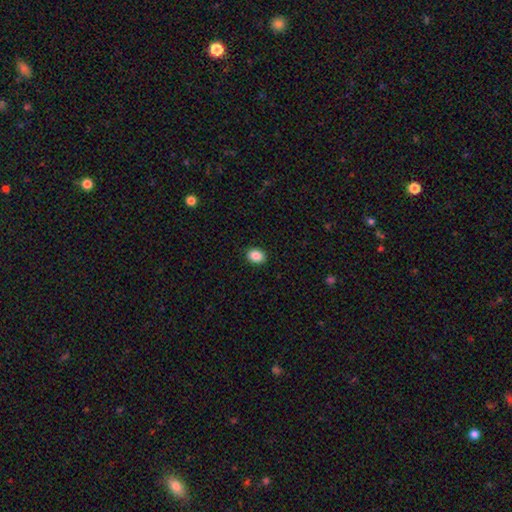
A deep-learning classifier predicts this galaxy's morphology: smooth 88%, star or artifact 9%, featured or disk 3%. Down the decision tree: how rounded — in between (58%); merging — none (90%).